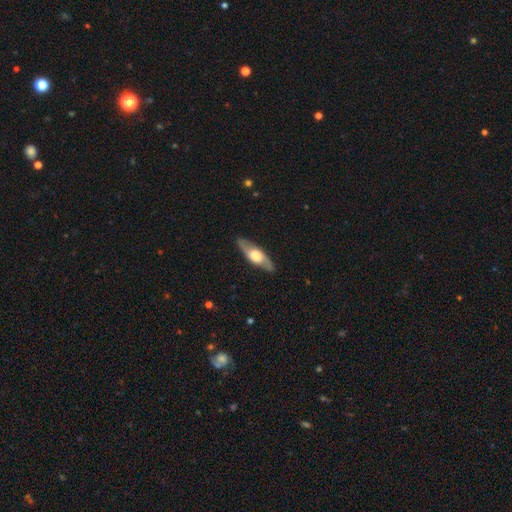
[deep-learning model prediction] Q: Smooth or featured?
A: featured or disk (61%); runner-up: smooth (34%)
Q: Edge-on disk?
A: yes (62%); runner-up: no (38%)
Q: Merging?
A: none (87%); runner-up: minor disturbance (10%)